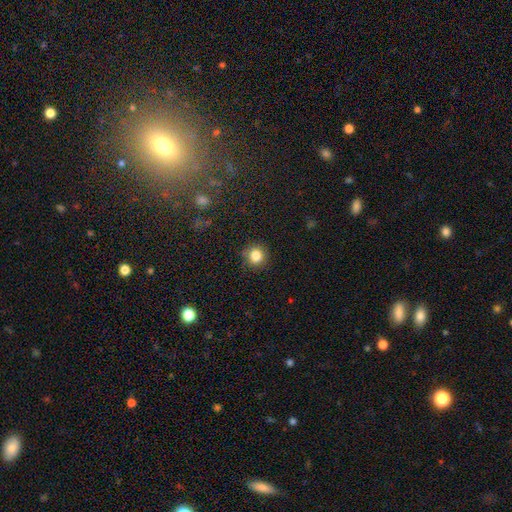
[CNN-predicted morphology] Smooth or featured?
  - smooth: 83% *
  - star or artifact: 12%
  - featured or disk: 5%
How rounded?
  - round: 91% *
  - in between: 8%
  - cigar-shaped: 1%
Merging?
  - none: 86% *
  - minor disturbance: 10%
  - major disturbance: 3%
  - merger: 2%